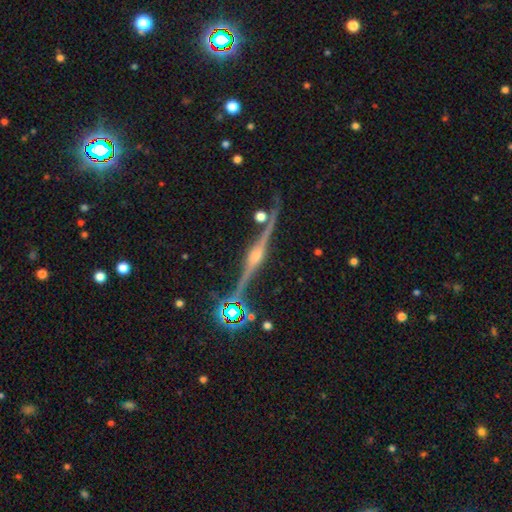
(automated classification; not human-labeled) Overall: featured or disk (88%). Edge-on disk: yes (98%). Edge-on bulge: rounded (92%). Merging: none (83%).